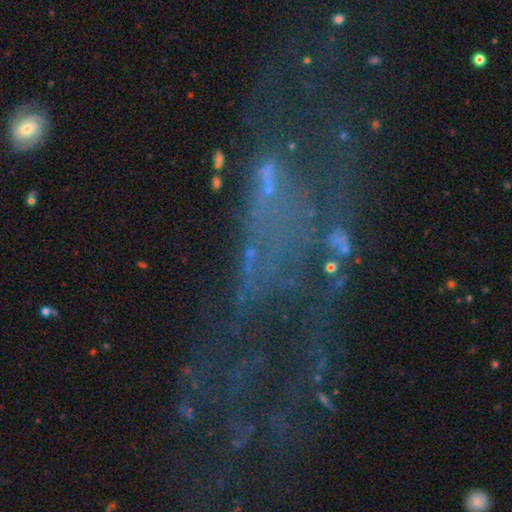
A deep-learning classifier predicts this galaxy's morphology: The model was most divided on "smooth or featured": star or artifact: 44%, featured or disk: 38%, smooth: 18%.